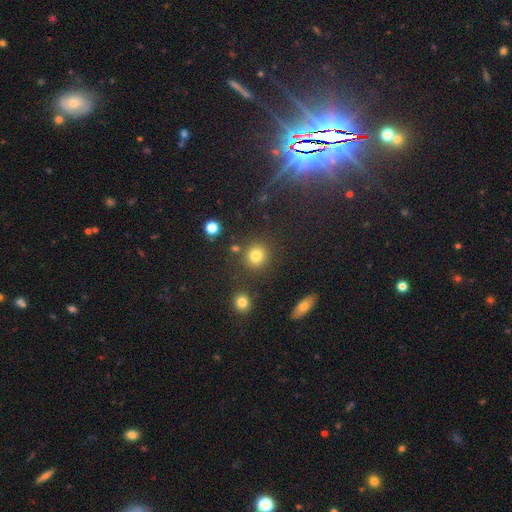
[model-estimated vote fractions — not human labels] Overall: smooth (80%). How rounded: round (85%). Merging: none (81%).